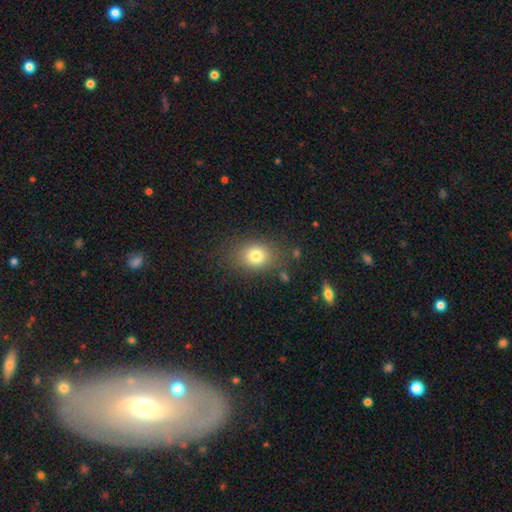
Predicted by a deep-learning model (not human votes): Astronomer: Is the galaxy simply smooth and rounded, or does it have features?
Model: smooth — 79%.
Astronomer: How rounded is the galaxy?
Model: in between — 52% (runner-up: round, 47%).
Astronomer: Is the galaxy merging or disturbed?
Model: none — 80%.